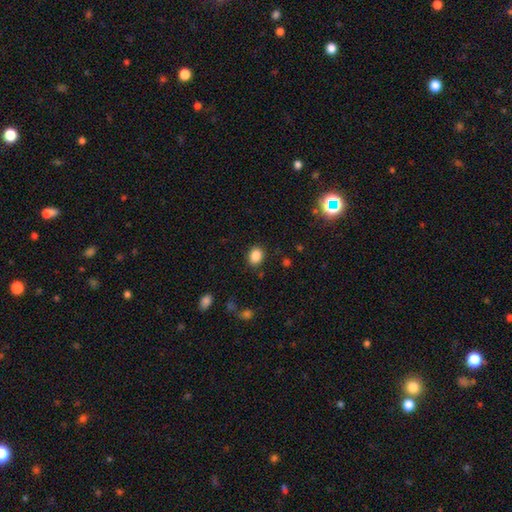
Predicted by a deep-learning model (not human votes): smooth_or_featured: smooth (p=0.86) [alt: star or artifact p=0.10]
how_rounded: in between (p=0.51) [alt: round p=0.48]
merging: none (p=0.87) [alt: minor disturbance p=0.09]